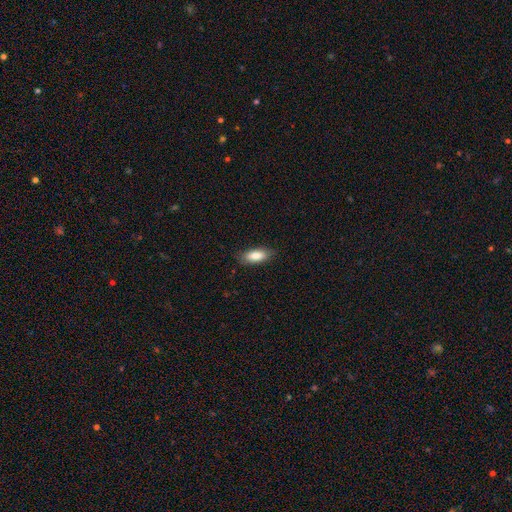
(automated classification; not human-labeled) smooth_or_featured: smooth (p=0.85) [alt: featured or disk p=0.08]
how_rounded: in between (p=0.78) [alt: cigar-shaped p=0.20]
merging: none (p=0.84) [alt: minor disturbance p=0.12]